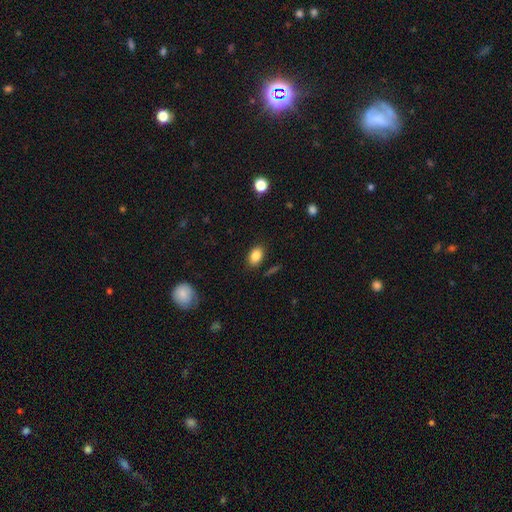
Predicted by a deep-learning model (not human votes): Smooth or featured? smooth (85%)
How rounded? in between (83%)
Merging? none (84%)